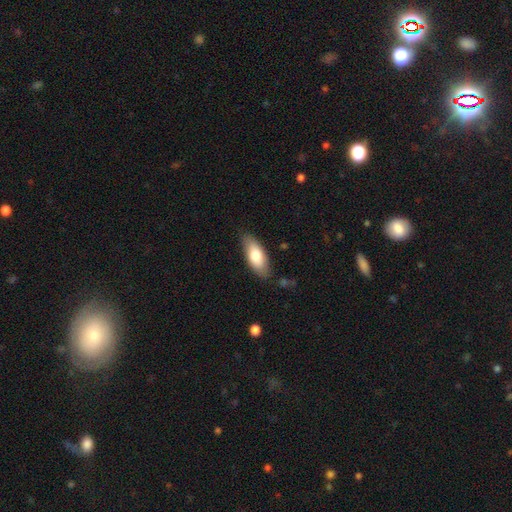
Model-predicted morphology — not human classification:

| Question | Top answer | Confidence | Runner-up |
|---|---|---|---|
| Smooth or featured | smooth | 77% | featured or disk (17%) |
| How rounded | in between | 82% | cigar-shaped (16%) |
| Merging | none | 81% | minor disturbance (14%) |